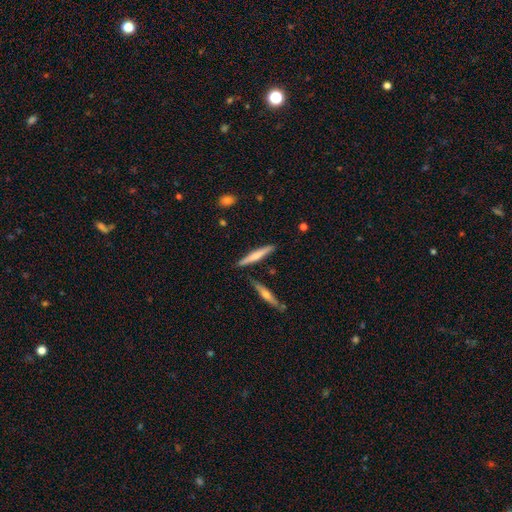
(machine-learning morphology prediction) Smooth or featured? smooth (53%)
How rounded? cigar-shaped (92%)
Merging? none (84%)